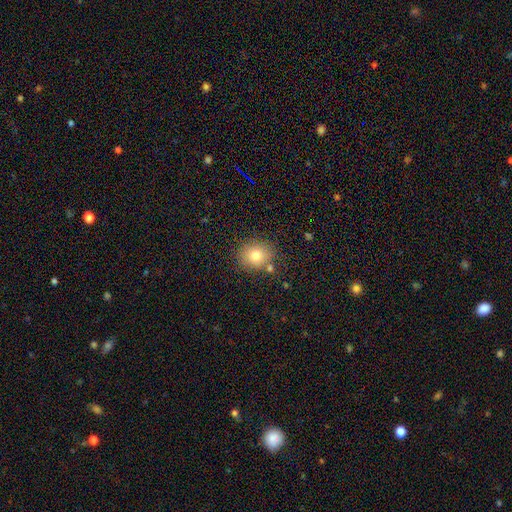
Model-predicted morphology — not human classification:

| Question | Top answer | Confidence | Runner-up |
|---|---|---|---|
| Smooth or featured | smooth | 77% | star or artifact (12%) |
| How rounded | round | 65% | in between (34%) |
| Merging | none | 78% | minor disturbance (12%) |